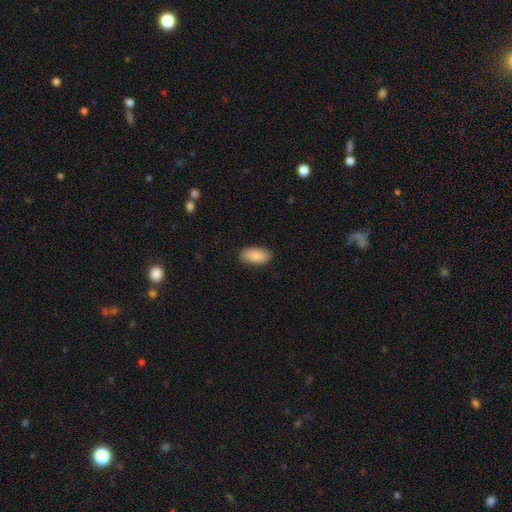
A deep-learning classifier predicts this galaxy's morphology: Smooth or featured: smooth — 88% (featured or disk — 6%)
How rounded: in between — 94% (cigar-shaped — 3%)
Merging: none — 88% (minor disturbance — 9%)